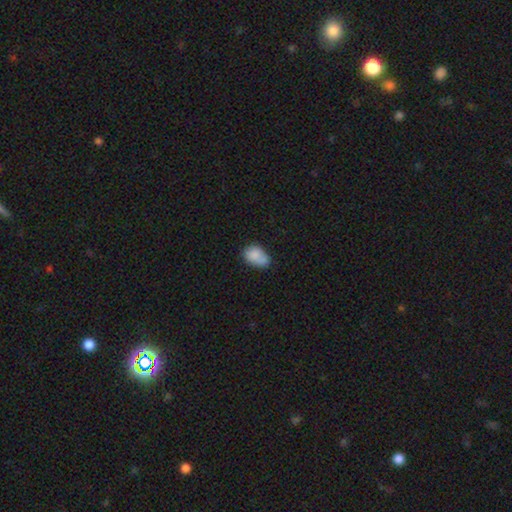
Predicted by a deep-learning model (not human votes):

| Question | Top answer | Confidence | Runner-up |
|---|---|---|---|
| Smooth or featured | smooth | 82% | featured or disk (9%) |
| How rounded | in between | 84% | round (15%) |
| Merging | none | 49% | minor disturbance (34%) |